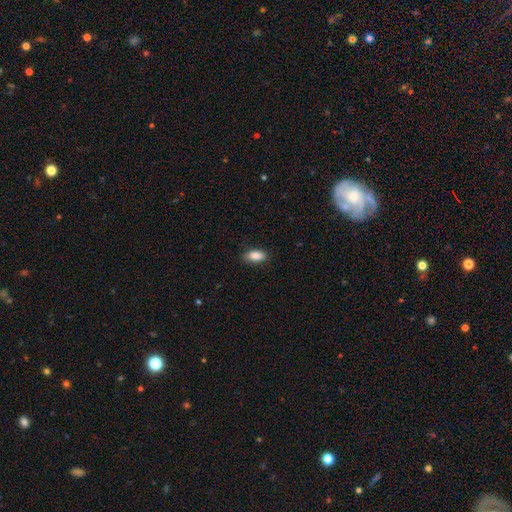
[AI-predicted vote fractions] Smooth or featured: smooth — 88% (star or artifact — 7%)
How rounded: in between — 88% (cigar-shaped — 8%)
Merging: none — 85% (minor disturbance — 12%)